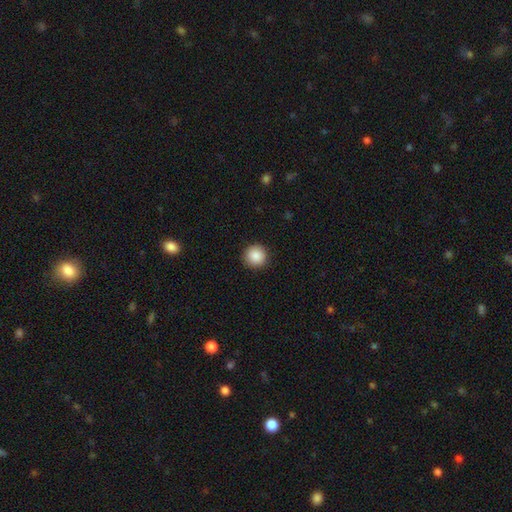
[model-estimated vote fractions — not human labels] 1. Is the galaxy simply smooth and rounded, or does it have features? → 88% smooth, 8% star or artifact, 3% featured or disk.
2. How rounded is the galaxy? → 95% round, 4% in between, 1% cigar-shaped.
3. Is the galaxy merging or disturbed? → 91% none, 6% minor disturbance, 2% major disturbance, 1% merger.